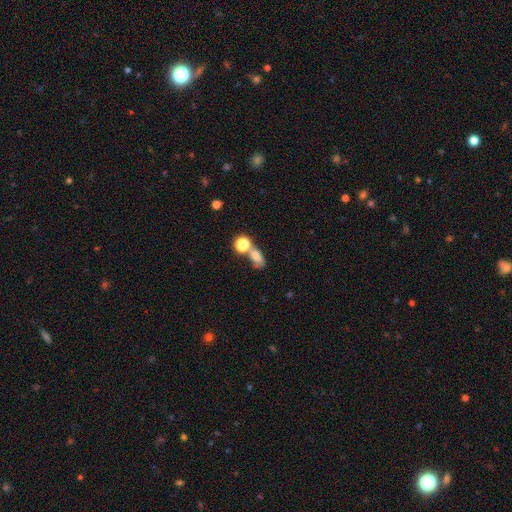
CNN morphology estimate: Smooth or featured?
  - smooth: 73% *
  - star or artifact: 14%
  - featured or disk: 13%
How rounded?
  - in between: 69% *
  - round: 26%
  - cigar-shaped: 5%
Merging?
  - merger: 45% *
  - none: 32%
  - minor disturbance: 12%
  - major disturbance: 10%